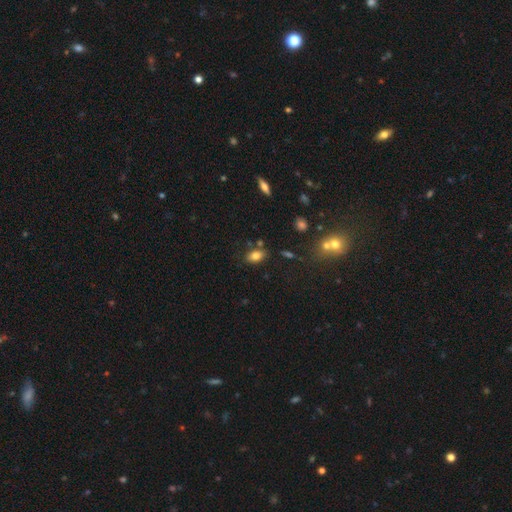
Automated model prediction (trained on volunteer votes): smooth-or-featured: smooth: 80% | star or artifact: 10% | featured or disk: 9%
  how-rounded: in between: 89% | round: 8% | cigar-shaped: 3%
  merging: none: 79% | minor disturbance: 12% | merger: 6% | major disturbance: 3%